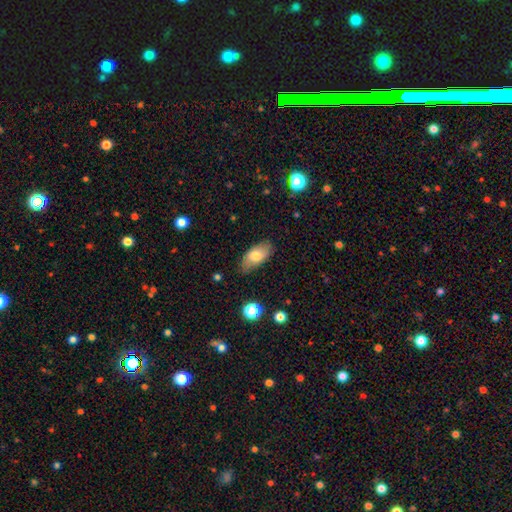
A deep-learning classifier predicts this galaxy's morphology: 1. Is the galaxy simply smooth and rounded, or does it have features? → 76% smooth, 18% featured or disk, 7% star or artifact.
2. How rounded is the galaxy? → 91% in between, 6% cigar-shaped, 3% round.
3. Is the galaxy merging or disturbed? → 77% none, 18% minor disturbance, 4% major disturbance, 1% merger.